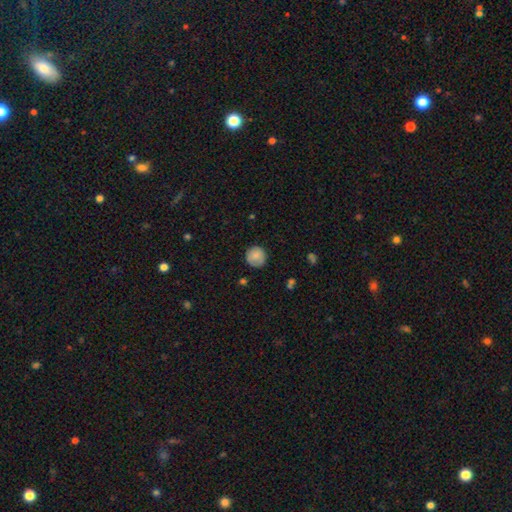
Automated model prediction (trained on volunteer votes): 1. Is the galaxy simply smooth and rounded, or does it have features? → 85% smooth, 8% star or artifact, 7% featured or disk.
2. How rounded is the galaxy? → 94% round, 5% in between, 1% cigar-shaped.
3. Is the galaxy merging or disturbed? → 84% none, 12% minor disturbance, 2% major disturbance, 1% merger.